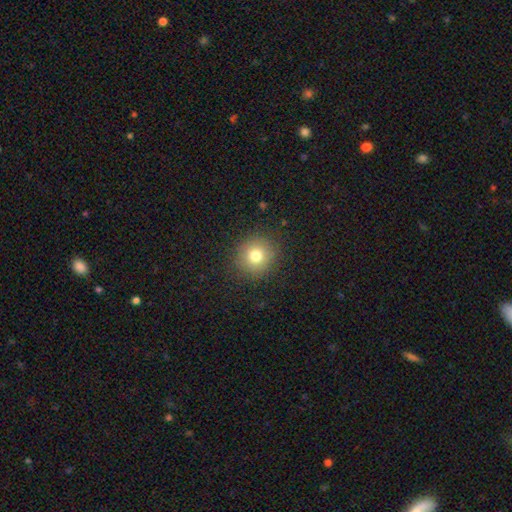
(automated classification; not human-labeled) smooth-or-featured: smooth: 76% | star or artifact: 14% | featured or disk: 10%
  how-rounded: round: 91% | in between: 8% | cigar-shaped: 1%
  merging: none: 88% | minor disturbance: 8% | major disturbance: 3% | merger: 1%